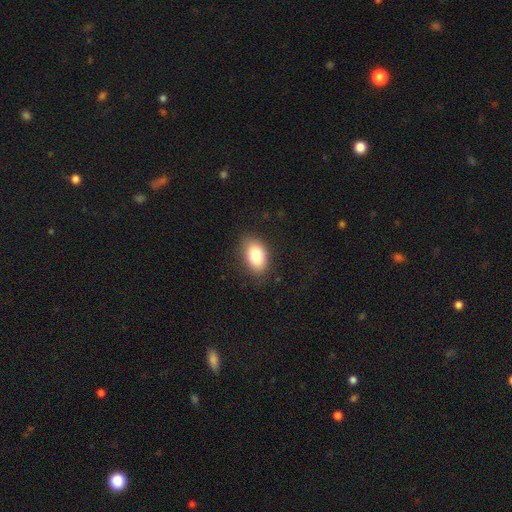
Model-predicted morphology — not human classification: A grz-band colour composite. It shows a smooth galaxy with no disk features (82%) that is in between round and cigar-shaped (88%). Merging: none (83%).